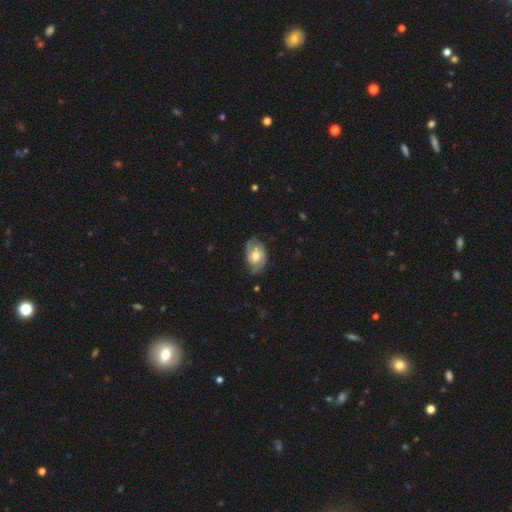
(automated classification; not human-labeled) This appears to be a featured or disk galaxy (66%) with no bar (66%), 2 (78%) medium (41%, tied with tight) spiral arms (87%) and a moderate central bulge (64%). Merging: none (70%).